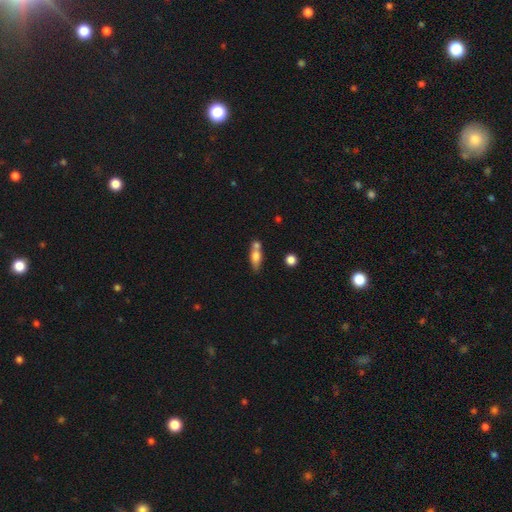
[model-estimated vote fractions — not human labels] smooth 69%, featured or disk 23%, star or artifact 8%. Down the decision tree: how rounded — in between (61%); merging — none (44%).